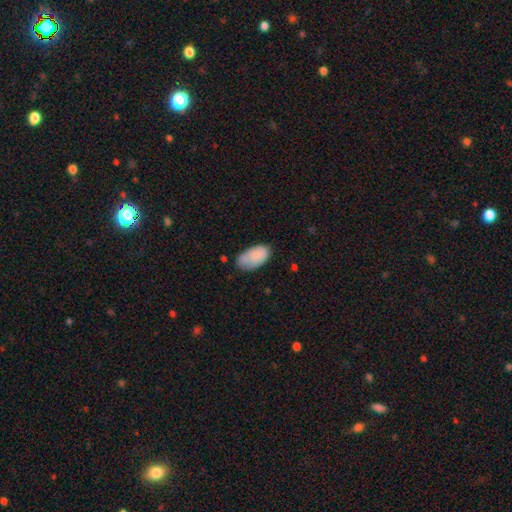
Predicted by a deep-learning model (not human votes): Smooth or featured?
  - smooth: 83% *
  - featured or disk: 10%
  - star or artifact: 7%
How rounded?
  - in between: 95% *
  - round: 3%
  - cigar-shaped: 2%
Merging?
  - none: 61% *
  - minor disturbance: 28%
  - major disturbance: 7%
  - merger: 4%